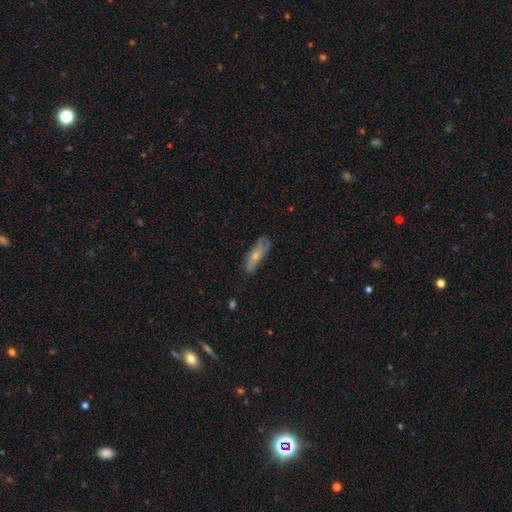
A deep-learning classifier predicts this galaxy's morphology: smooth-or-featured: smooth: 51% | featured or disk: 42% | star or artifact: 7%
  how-rounded: in between: 49% (tied) | cigar-shaped: 49% (tied) | round: 3%
  merging: none: 59% | minor disturbance: 28% | major disturbance: 11% | merger: 2%